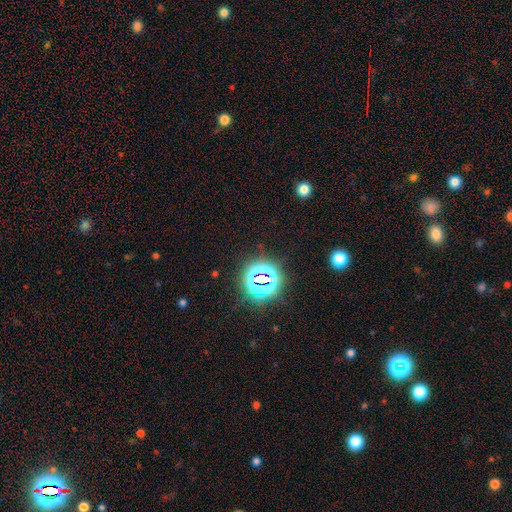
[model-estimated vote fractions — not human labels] smooth_or_featured: star or artifact (p=0.80) [alt: smooth p=0.14]